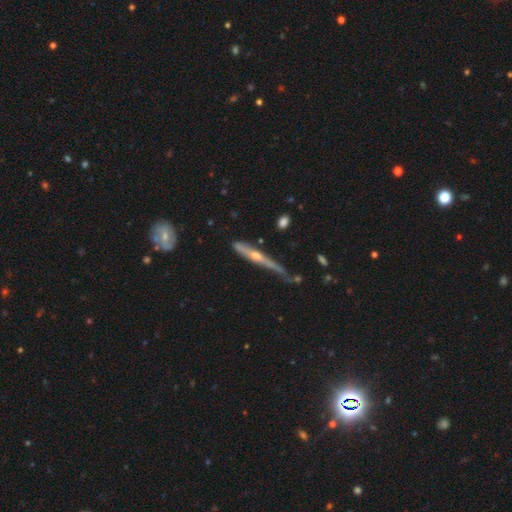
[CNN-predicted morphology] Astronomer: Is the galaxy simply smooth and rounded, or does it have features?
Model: featured or disk — 68%.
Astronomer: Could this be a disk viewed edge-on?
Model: yes — 91%.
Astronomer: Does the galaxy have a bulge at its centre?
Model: rounded — 77%.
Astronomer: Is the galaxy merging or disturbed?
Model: none — 51% (runner-up: minor disturbance, 31%).